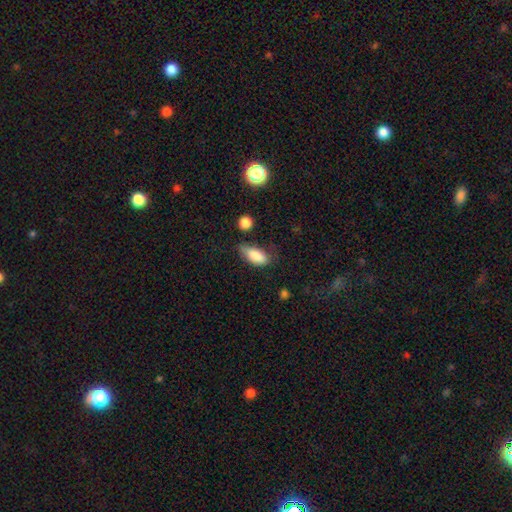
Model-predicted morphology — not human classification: This appears to be a smooth galaxy with no disk features (84%) that is in between round and cigar-shaped (86%). Merging: none (49%).